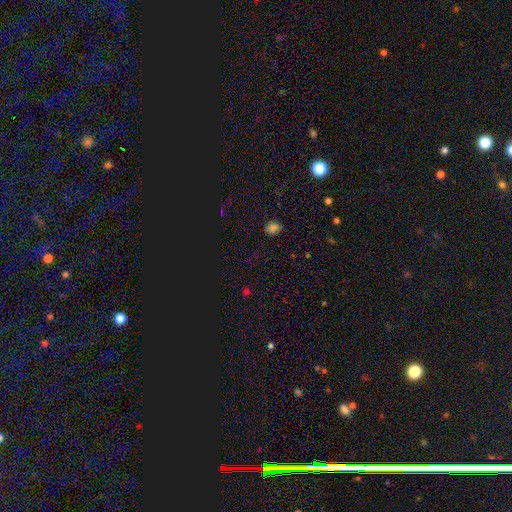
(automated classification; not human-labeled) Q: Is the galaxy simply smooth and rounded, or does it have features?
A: star or artifact — 55%.